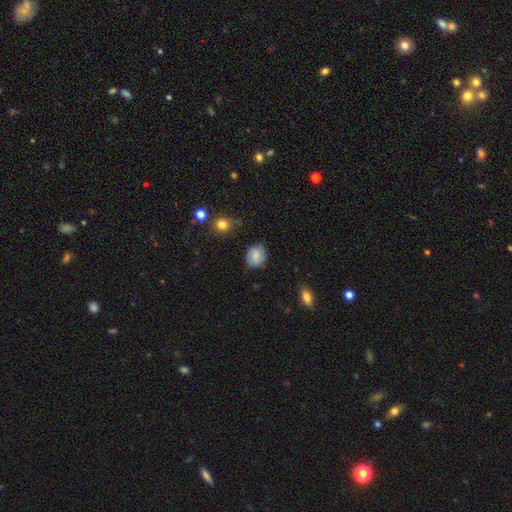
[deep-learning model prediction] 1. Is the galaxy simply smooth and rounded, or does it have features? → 56% smooth, 35% featured or disk, 9% star or artifact.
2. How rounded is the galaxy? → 61% round, 38% in between, 1% cigar-shaped.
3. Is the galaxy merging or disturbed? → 73% none, 21% minor disturbance, 5% major disturbance, 2% merger.